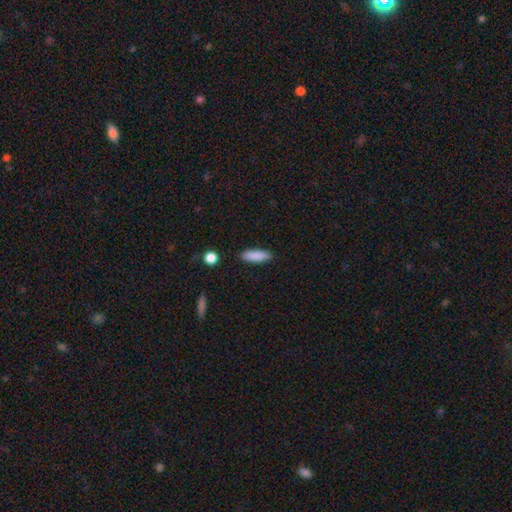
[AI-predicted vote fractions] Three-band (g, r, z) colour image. It shows a smooth galaxy with no disk features (88%) that is cigar-shaped (51%). Merging: none (87%).